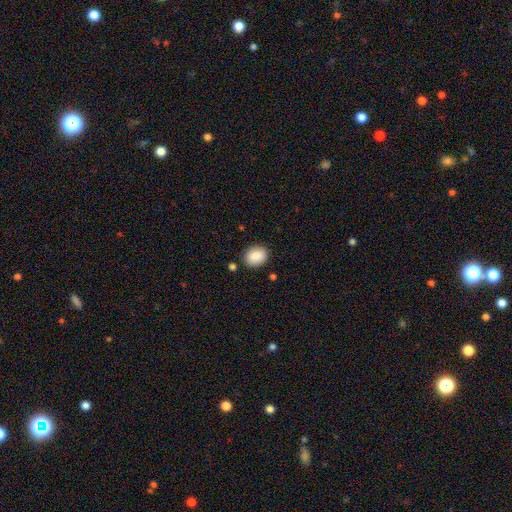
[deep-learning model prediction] Morphology: type=smooth (87%); roundness=in between (55%); merging=none (84%).